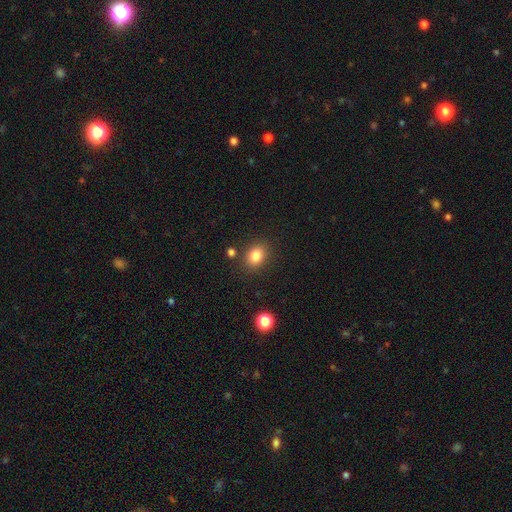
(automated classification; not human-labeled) Smooth or featured? smooth (83%)
How rounded? in between (57%)
Merging? none (82%)